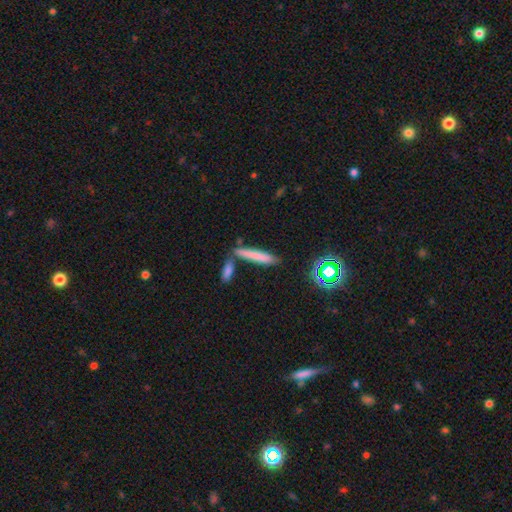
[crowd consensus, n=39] smooth-or-featured: smooth: 72% | featured or disk: 21% | star or artifact: 8%
  how-rounded: cigar-shaped: 89% | in between: 7% | round: 4%
  merging: none: 72% | merger: 17% | minor disturbance: 11% | major disturbance: 0%